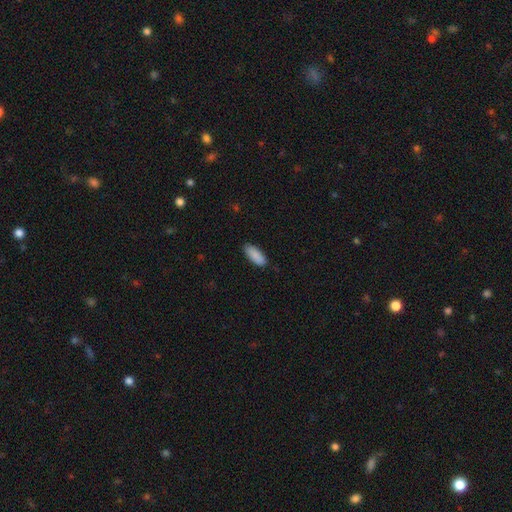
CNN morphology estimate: The model was most divided on "how rounded": in between: 78%, cigar-shaped: 20%, round: 2%. More confident: smooth or featured — smooth (90%); merging — none (86%).